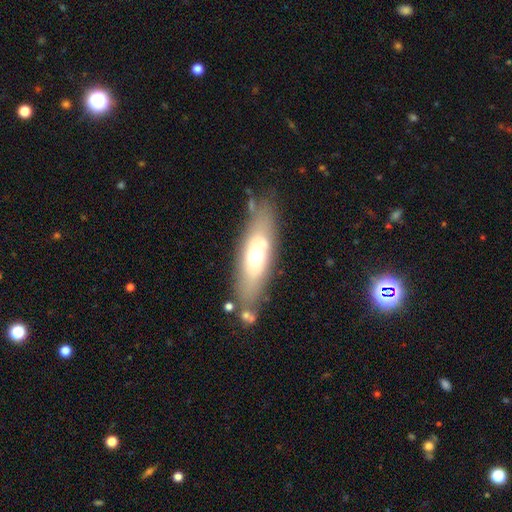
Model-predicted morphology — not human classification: type=smooth (50%); merging=none (71%).